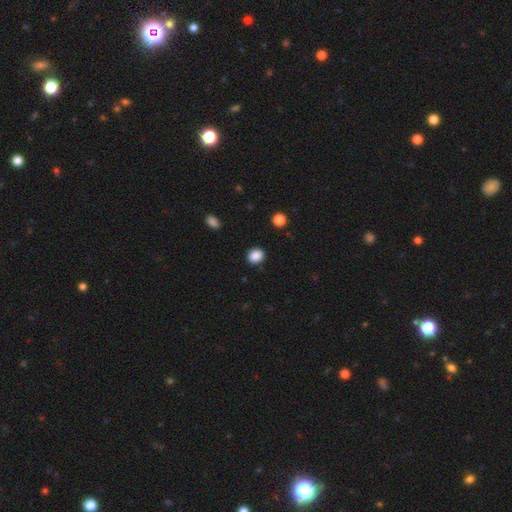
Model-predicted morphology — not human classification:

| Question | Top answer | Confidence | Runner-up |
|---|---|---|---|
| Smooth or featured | smooth | 88% | star or artifact (9%) |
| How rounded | round | 65% | in between (34%) |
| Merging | none | 90% | minor disturbance (7%) |